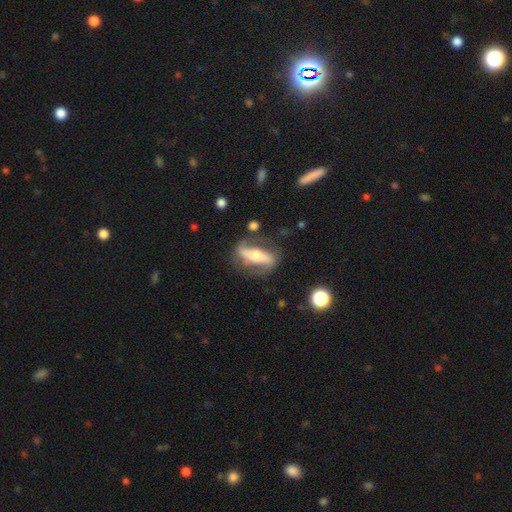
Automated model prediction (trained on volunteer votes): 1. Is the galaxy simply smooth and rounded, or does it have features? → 72% featured or disk, 22% smooth, 6% star or artifact.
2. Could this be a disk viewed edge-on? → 62% no, 38% yes.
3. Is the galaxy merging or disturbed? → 72% none, 16% minor disturbance, 10% major disturbance, 3% merger.